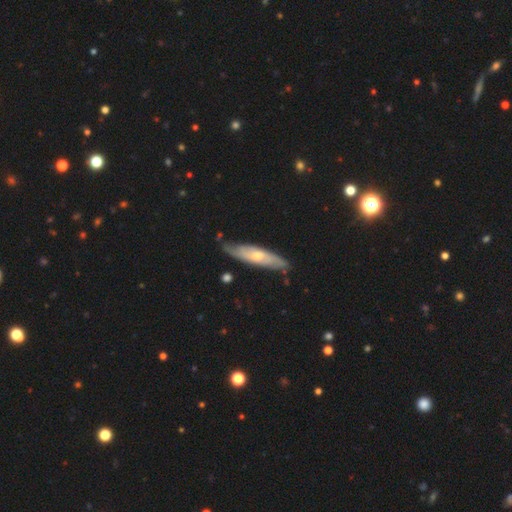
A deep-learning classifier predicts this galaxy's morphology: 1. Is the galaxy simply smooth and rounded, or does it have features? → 61% featured or disk, 33% smooth, 6% star or artifact.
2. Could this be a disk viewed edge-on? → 51% no, 49% yes.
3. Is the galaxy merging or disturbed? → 77% none, 18% minor disturbance, 3% major disturbance, 2% merger.